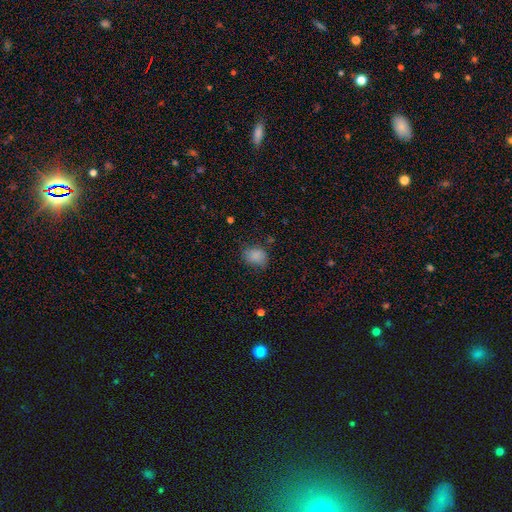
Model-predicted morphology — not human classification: Smooth or featured? smooth (84%)
How rounded? in between (51%)
Merging? none (69%)